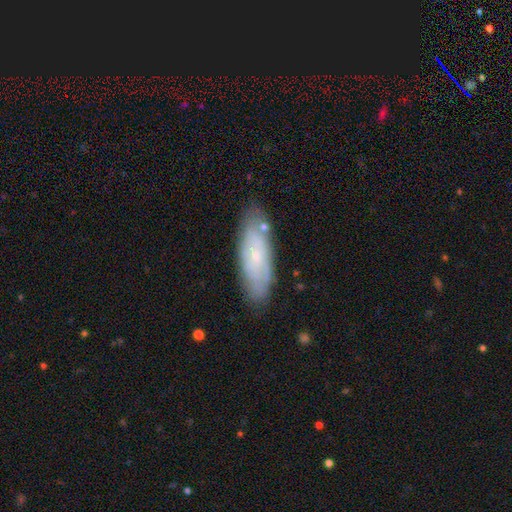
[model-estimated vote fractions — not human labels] featured or disk 51%, smooth 42%, star or artifact 7%. Down the decision tree: edge-on disk — no (80%); merging — none (76%).